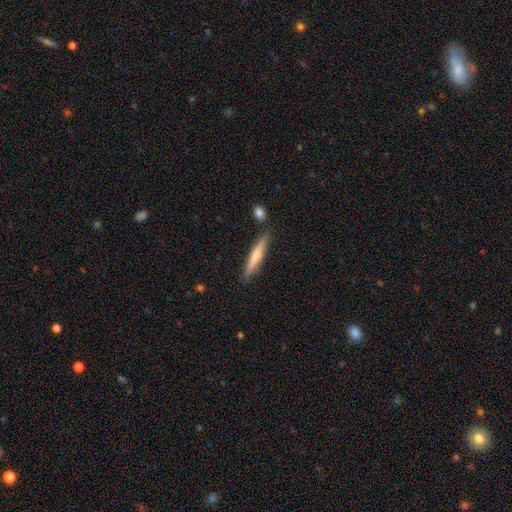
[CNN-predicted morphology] type=smooth (57%); roundness=cigar-shaped (92%); merging=none (83%).